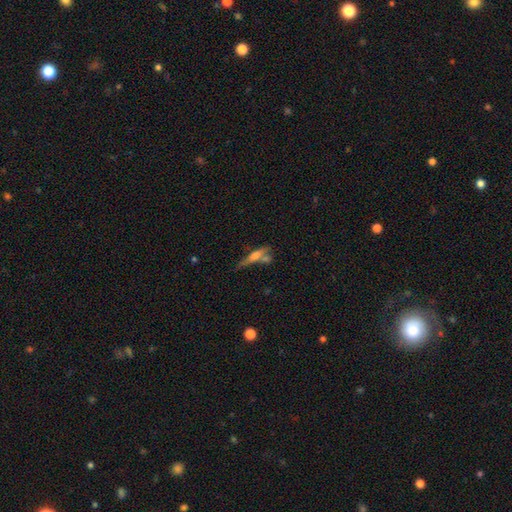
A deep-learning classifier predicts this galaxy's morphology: Smooth or featured?
  - featured or disk: 45% * (tied)
  - smooth: 45% * (tied)
  - star or artifact: 10%
Merging?
  - none: 42% *
  - merger: 29%
  - minor disturbance: 18%
  - major disturbance: 12%